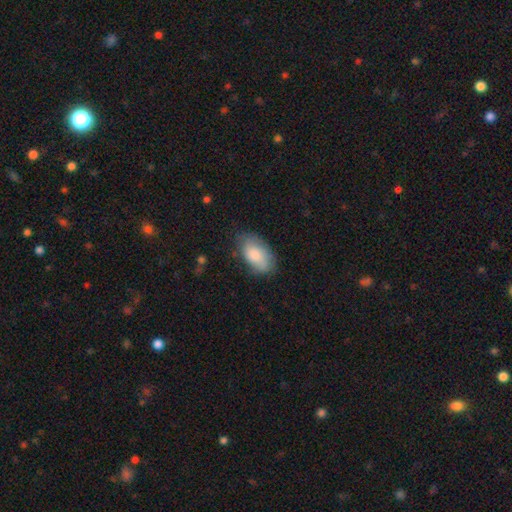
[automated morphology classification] Smooth or featured: smooth — 79% (featured or disk — 15%)
How rounded: in between — 94% (round — 4%)
Merging: none — 66% (minor disturbance — 26%)